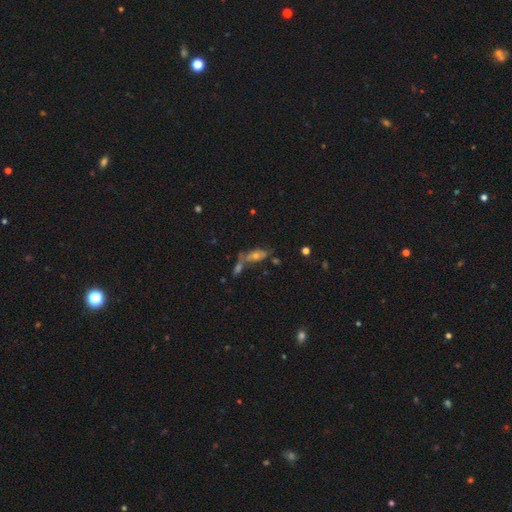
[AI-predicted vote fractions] A featured or disk galaxy (44%). Merging: none (40%).